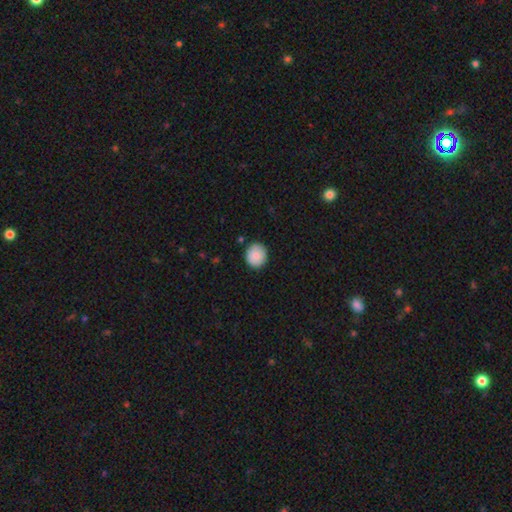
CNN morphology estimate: Q: Smooth or featured?
A: smooth (86%); runner-up: star or artifact (7%)
Q: How rounded?
A: round (83%); runner-up: in between (16%)
Q: Merging?
A: none (88%); runner-up: minor disturbance (9%)